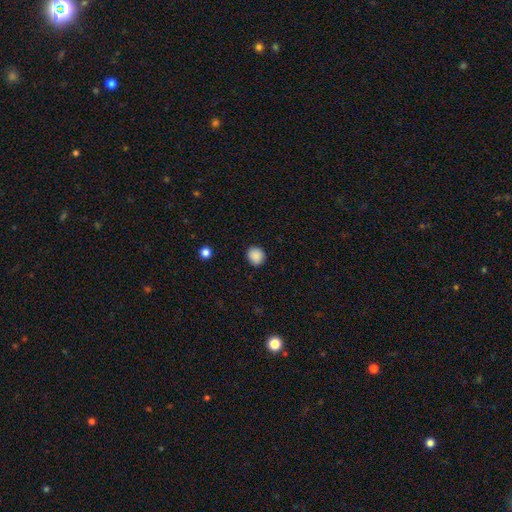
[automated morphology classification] smooth_or_featured: smooth (p=0.89) [alt: star or artifact p=0.09]
how_rounded: round (p=0.88) [alt: in between p=0.11]
merging: none (p=0.91) [alt: minor disturbance p=0.06]